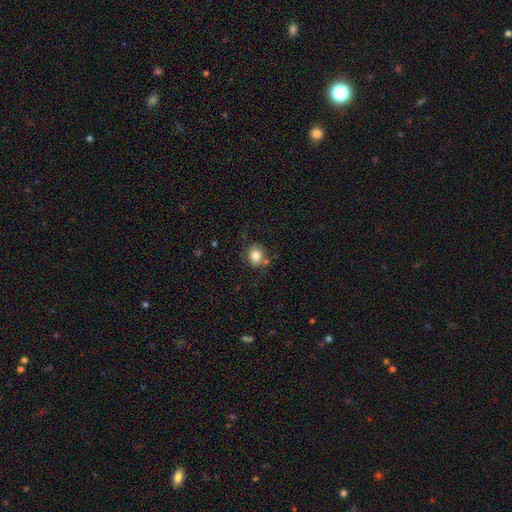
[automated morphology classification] A smooth galaxy with no disk features (82%) that is round (73%). Merging: none (73%).